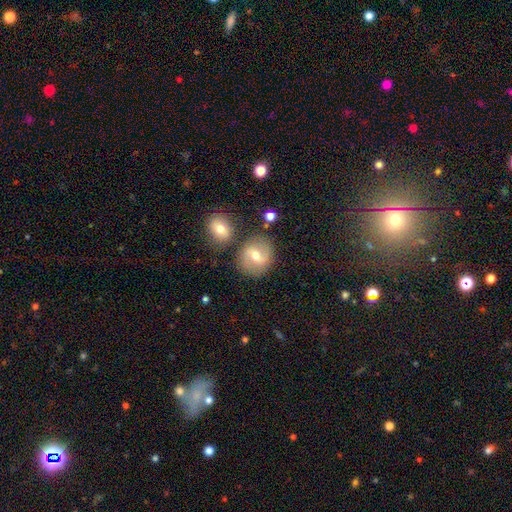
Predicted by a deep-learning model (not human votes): Smooth or featured?
  - featured or disk: 52% *
  - smooth: 40%
  - star or artifact: 8%
Edge-on disk?
  - no: 96% *
  - yes: 4%
Bar?
  - weak: 52% *
  - strong: 25%
  - no: 23%
Spiral arms?
  - yes: 72% *
  - no: 28%
Bulge size?
  - moderate: 71% *
  - small: 22%
  - large: 5%
  - none: 1%
  - dominant: 1%
Merging?
  - none: 78% *
  - minor disturbance: 11%
  - merger: 8%
  - major disturbance: 3%